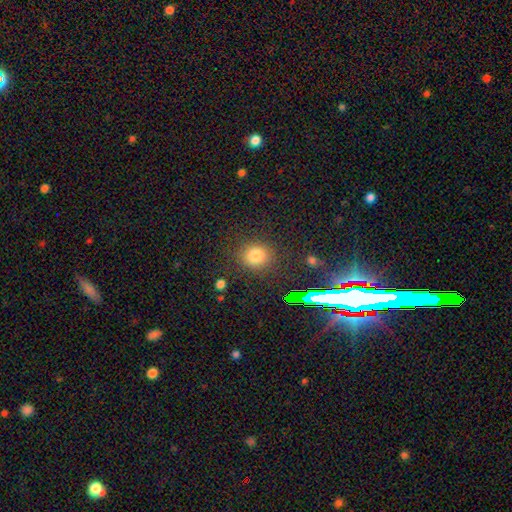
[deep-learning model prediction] A smooth galaxy with no disk features (77%) that is round (83%). Merging: none (85%).